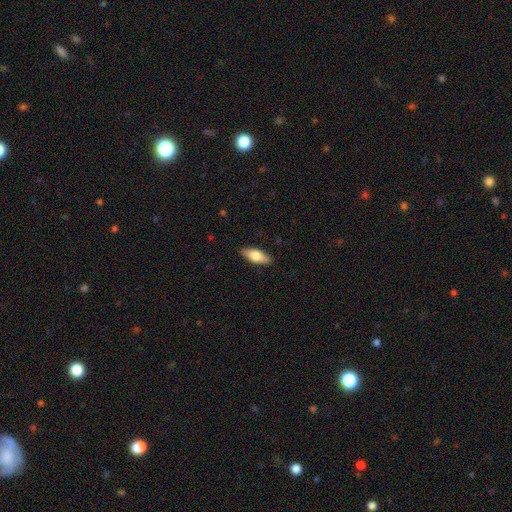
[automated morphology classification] A smooth galaxy with no disk features (73%) that is in between round and cigar-shaped (75%). Merging: none (89%).